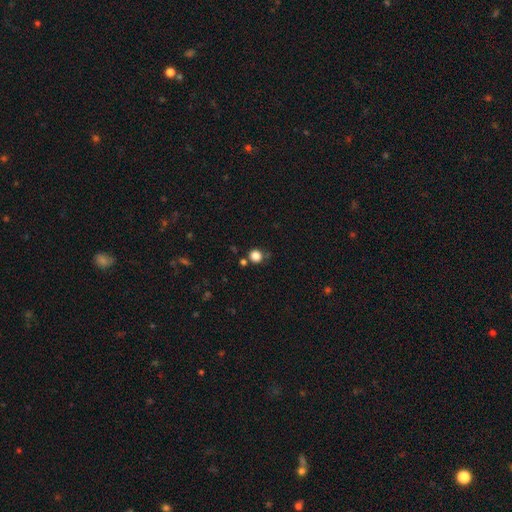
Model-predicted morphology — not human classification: The model was most divided on "merging": none: 76%, minor disturbance: 12%, merger: 7%, major disturbance: 4%. More confident: how rounded — round (89%); smooth or featured — smooth (83%).